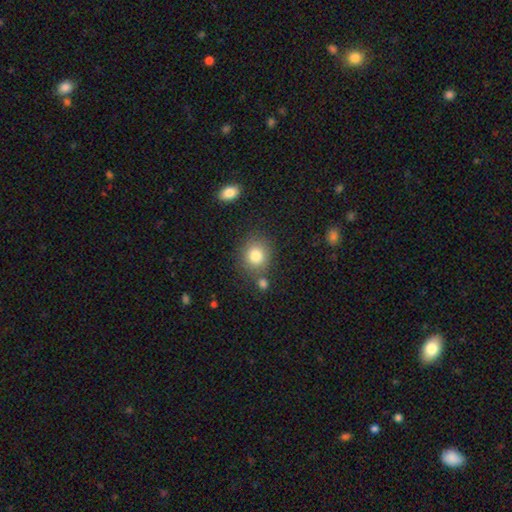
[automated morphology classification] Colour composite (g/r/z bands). It shows a smooth galaxy with no disk features (82%) that is round (78%). Merging: none (74%).